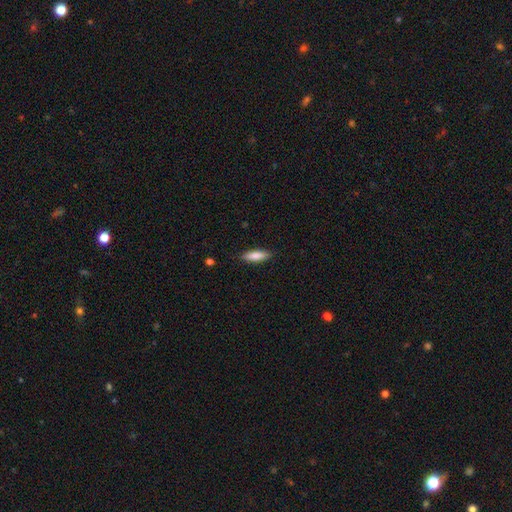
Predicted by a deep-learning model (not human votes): smooth_or_featured: smooth (p=0.82) [alt: featured or disk p=0.12]
how_rounded: cigar-shaped (p=0.53) [alt: in between p=0.45]
merging: none (p=0.87) [alt: minor disturbance p=0.10]